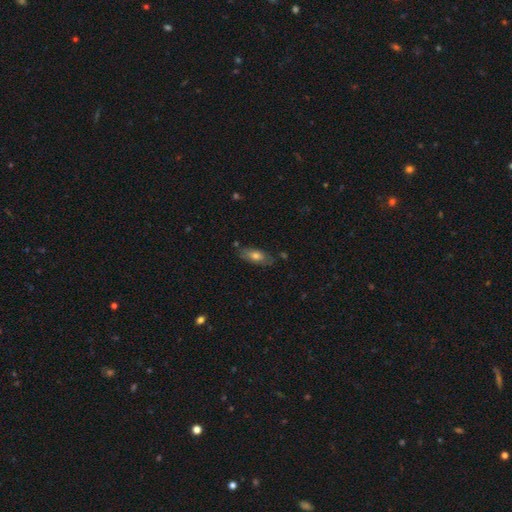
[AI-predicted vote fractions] This is likely a smooth galaxy (66%). How rounded: likely in between (80%). Merging: likely none (71%).